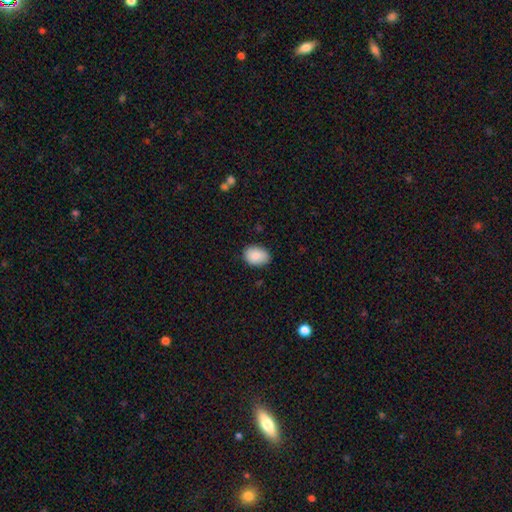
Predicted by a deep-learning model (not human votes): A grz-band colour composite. It shows a smooth galaxy with no disk features (89%) that is in between round and cigar-shaped (76%). Merging: none (84%).